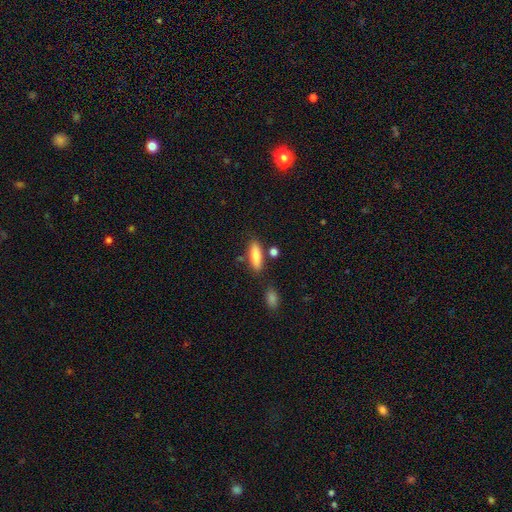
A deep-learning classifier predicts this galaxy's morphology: This is clearly a smooth galaxy (83%). How rounded: possibly in between (55%). Merging: likely none (77%).